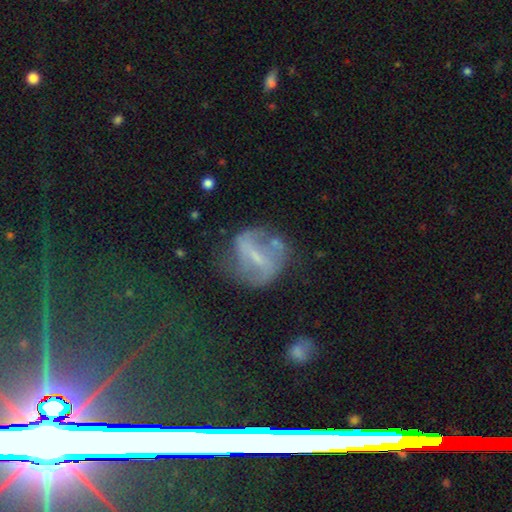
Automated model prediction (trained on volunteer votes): A featured or disk galaxy (69%) with a strong bar (48%), spiral arms (68%) and a small central bulge (54%).

Vote fractions:
- Smooth or featured? featured or disk: 69% / smooth: 21% / star or artifact: 10%
- Edge-on disk? no: 95% / yes: 5%
- Bar? strong: 48% / weak: 36% / no: 16%
- Spiral arms? yes: 68% / no: 32%
- Bulge size? small: 54% / none: 26% / moderate: 17% / large: 2% / dominant: 1%
- Merging? none: 54% / minor disturbance: 23% / major disturbance: 18% / merger: 5%